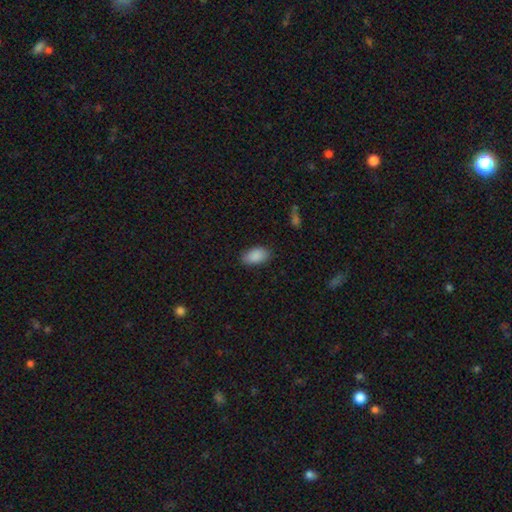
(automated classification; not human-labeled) Overall: smooth (89%). How rounded: in between (94%). Merging: none (85%).